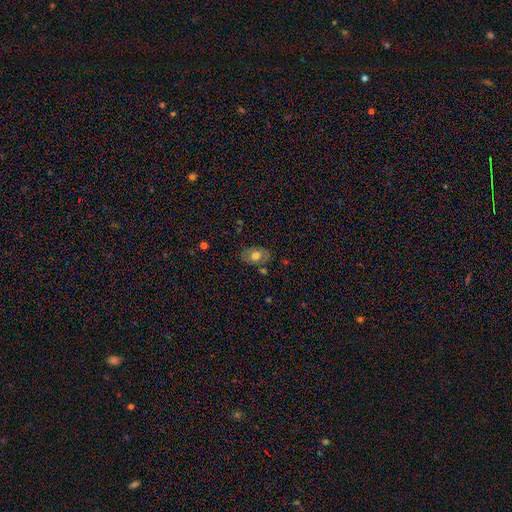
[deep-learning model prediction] Overall: smooth (64%; featured or disk 28%). How rounded: in between (81%). Merging: none (71%).